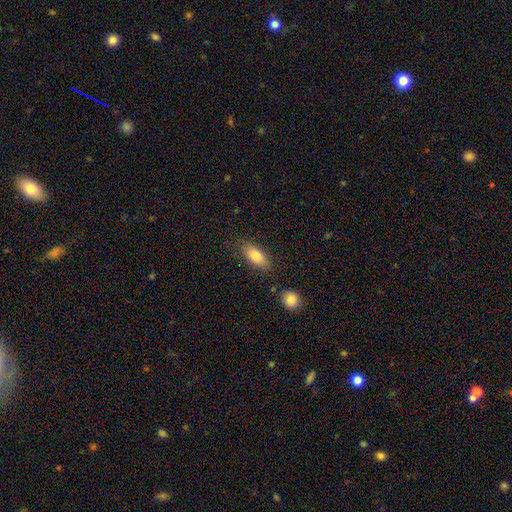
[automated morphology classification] Smooth or featured?
  - smooth: 82% *
  - featured or disk: 11%
  - star or artifact: 7%
How rounded?
  - in between: 85% *
  - cigar-shaped: 12%
  - round: 3%
Merging?
  - none: 78% *
  - minor disturbance: 15%
  - major disturbance: 4%
  - merger: 3%